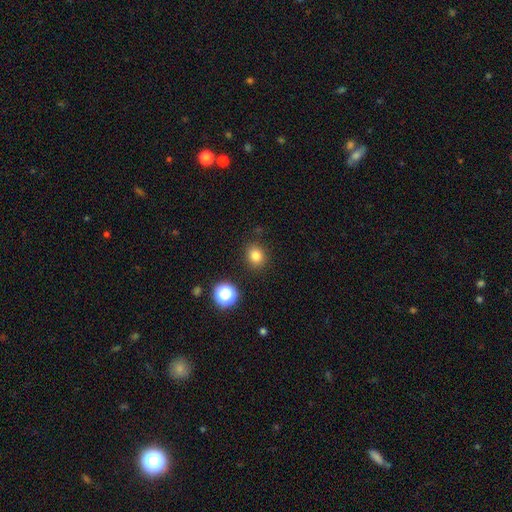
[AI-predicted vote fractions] smooth_or_featured: smooth (p=0.80) [alt: star or artifact p=0.14]
how_rounded: round (p=0.73) [alt: in between p=0.27]
merging: none (p=0.88) [alt: minor disturbance p=0.08]